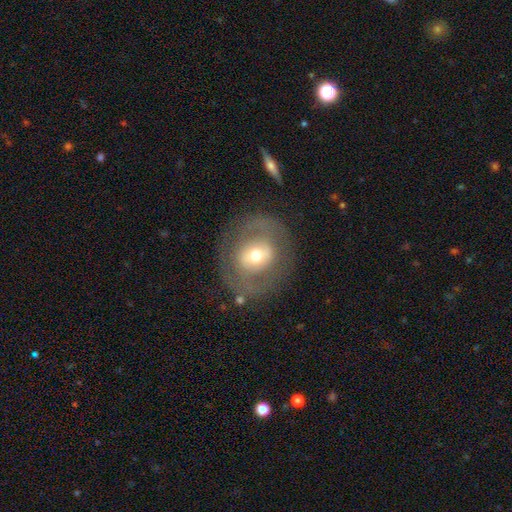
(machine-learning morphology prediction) A featured or disk galaxy (55%) with no bar (45%), no spiral arms (67%) and a moderate central bulge (64%).

Vote fractions:
- Smooth or featured? featured or disk: 55% / smooth: 37% / star or artifact: 8%
- Edge-on disk? no: 95% / yes: 5%
- Bar? no: 45% / weak: 34% / strong: 20%
- Spiral arms? no: 67% / yes: 33%
- Bulge size? moderate: 64% / small: 22% / large: 11% / dominant: 2% / none: 1%
- Merging? none: 76% / minor disturbance: 12% / major disturbance: 9% / merger: 2%